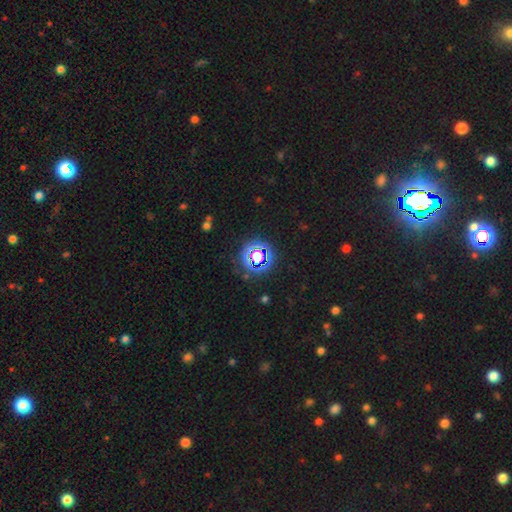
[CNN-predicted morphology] type=star or artifact (77%).